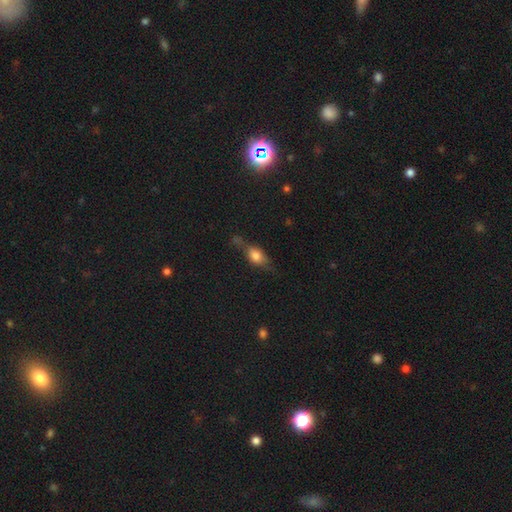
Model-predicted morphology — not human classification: This is likely a smooth galaxy (63%). How rounded: likely in between (68%). Merging: possibly none (51%).